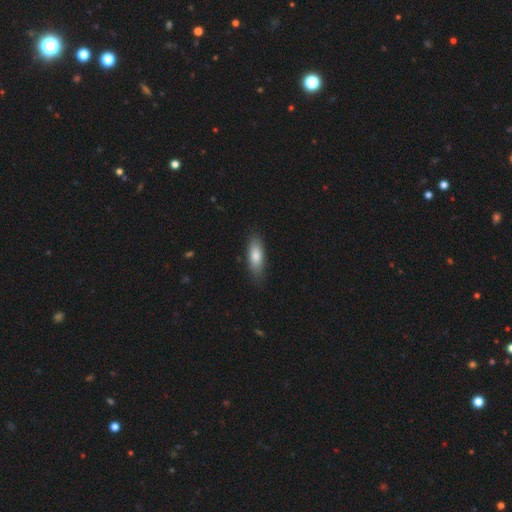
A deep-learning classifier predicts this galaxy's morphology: The model was most divided on "how rounded": in between: 71%, cigar-shaped: 27%, round: 2%. More confident: smooth or featured — smooth (81%); merging — none (80%).